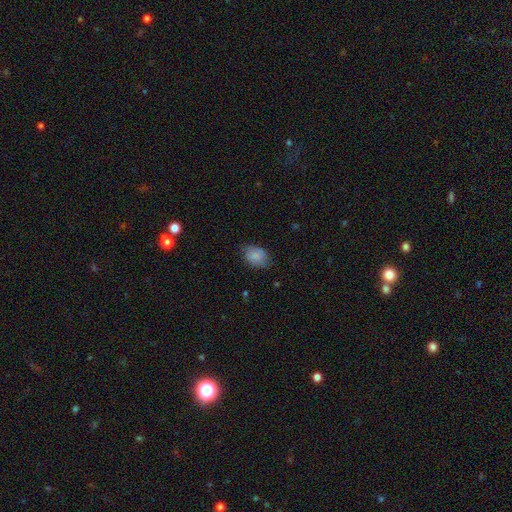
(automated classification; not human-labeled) The model was most divided on "merging": none: 72%, minor disturbance: 22%, major disturbance: 5%, merger: 1%. More confident: smooth or featured — smooth (80%); how rounded — in between (79%).